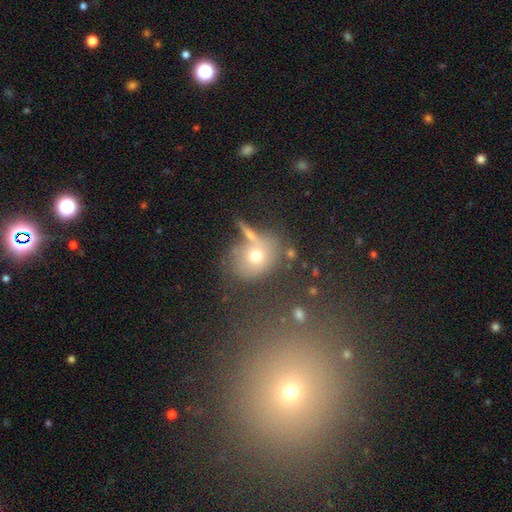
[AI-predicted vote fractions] Overall: smooth (63%). How rounded: round (62%; in between 36%). Merging: none (50%; merger 22%).